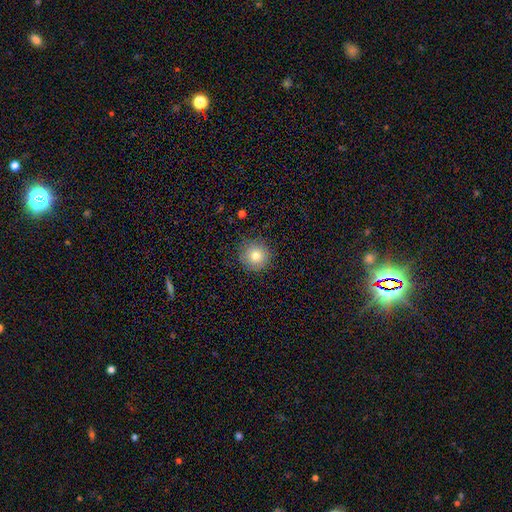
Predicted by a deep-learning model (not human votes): A smooth galaxy with no disk features (78%) that is round (95%).

Vote fractions:
- Smooth or featured? smooth: 78% / star or artifact: 11% / featured or disk: 11%
- How rounded? round: 95% / in between: 4% / cigar-shaped: 1%
- Merging? none: 87% / minor disturbance: 9% / major disturbance: 3% / merger: 1%